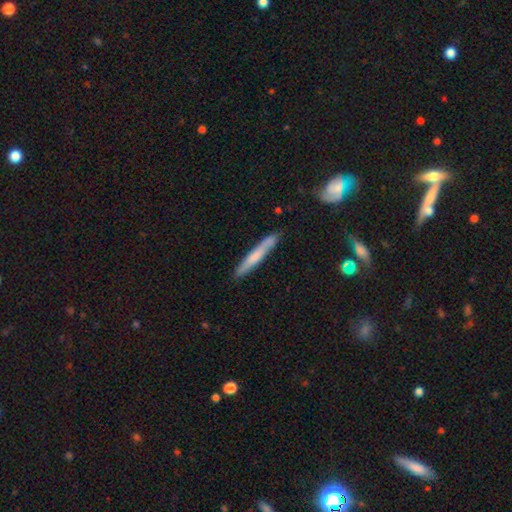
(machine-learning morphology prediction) This is possibly a smooth galaxy (58%). How rounded: clearly cigar-shaped (95%). Merging: clearly none (82%).